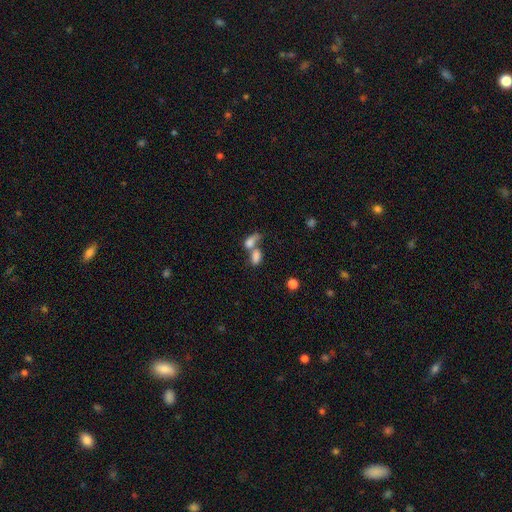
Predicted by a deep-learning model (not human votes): Overall: smooth (78%). How rounded: in between (83%). Merging: merger (66%).